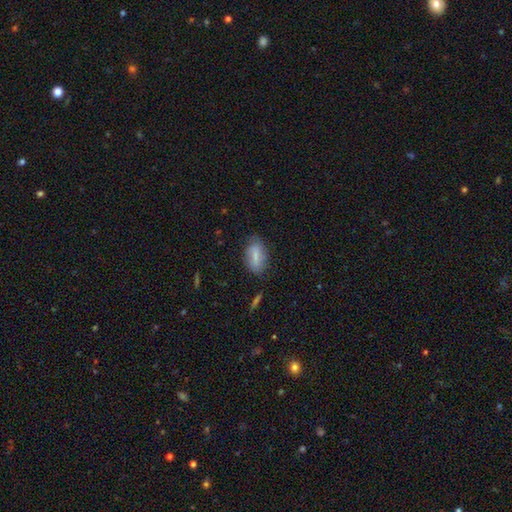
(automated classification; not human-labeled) Smooth or featured? Predicted: smooth (p=0.62). How rounded? Predicted: in between (p=0.88). Merging? Predicted: none (p=0.70).